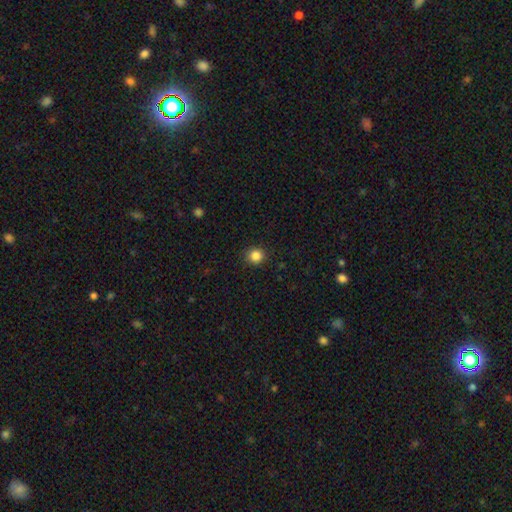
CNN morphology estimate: smooth-or-featured: smooth: 85% | star or artifact: 11% | featured or disk: 4%
  how-rounded: round: 90% | in between: 9% | cigar-shaped: 1%
  merging: none: 90% | minor disturbance: 7% | major disturbance: 2% | merger: 1%